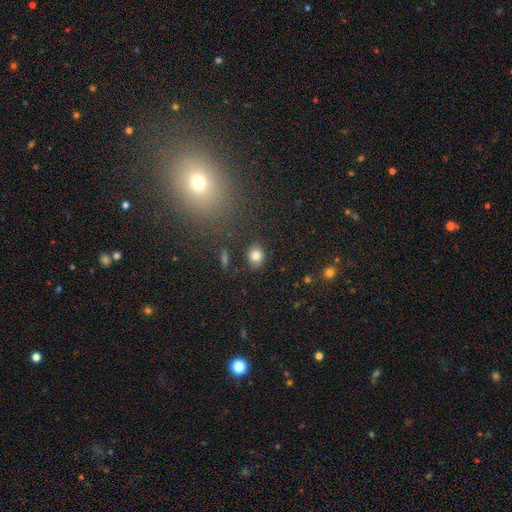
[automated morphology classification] type=smooth (81%); roundness=in between (49%, tied with round); merging=none (85%).